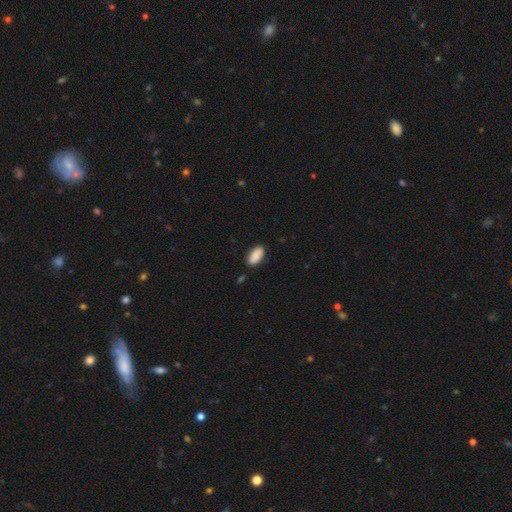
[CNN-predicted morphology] Smooth or featured?
  - smooth: 87% *
  - star or artifact: 7%
  - featured or disk: 6%
How rounded?
  - in between: 91% *
  - cigar-shaped: 6%
  - round: 3%
Merging?
  - none: 80% *
  - minor disturbance: 15%
  - merger: 3%
  - major disturbance: 3%